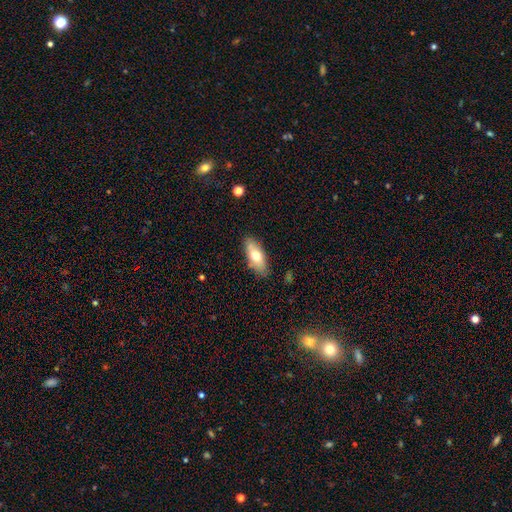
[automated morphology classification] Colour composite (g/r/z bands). It shows a smooth galaxy with no disk features (68%) that is in between round and cigar-shaped (84%). Merging: none (82%).